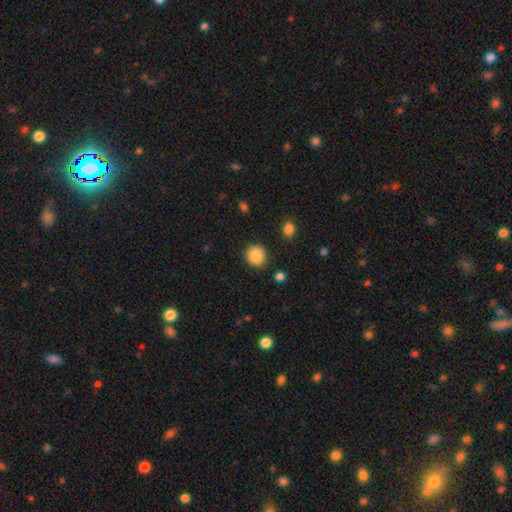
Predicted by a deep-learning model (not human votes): The model was most divided on "how rounded": round: 82%, in between: 17%, cigar-shaped: 1%. More confident: smooth or featured — smooth (88%); merging — none (85%).